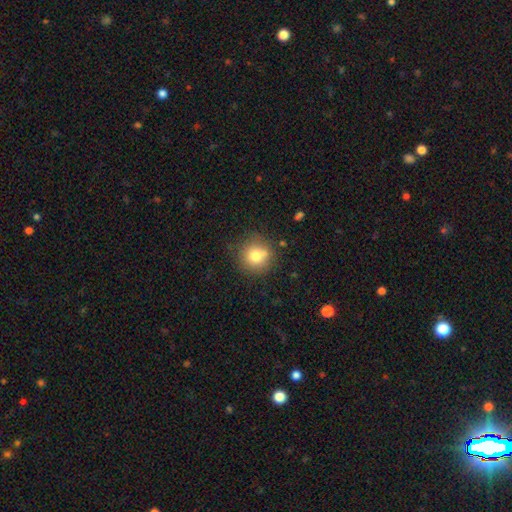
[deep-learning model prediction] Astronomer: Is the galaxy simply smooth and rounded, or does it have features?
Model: smooth — 76%.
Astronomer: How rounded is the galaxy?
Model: round — 92%.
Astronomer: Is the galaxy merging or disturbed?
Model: none — 76%.